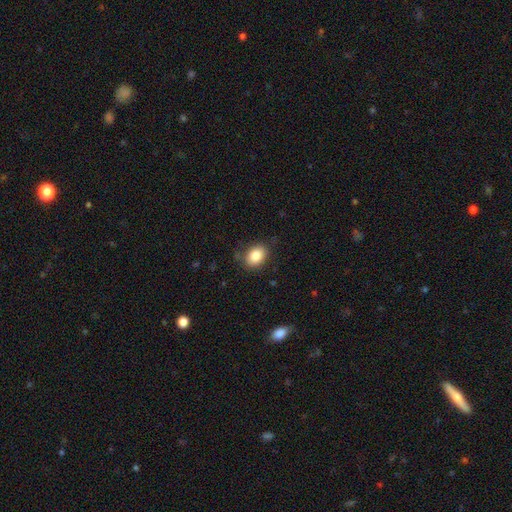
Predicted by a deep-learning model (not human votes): Smooth or featured? Predicted: smooth (p=0.85). How rounded? Predicted: in between (p=0.72). Merging? Predicted: none (p=0.80).